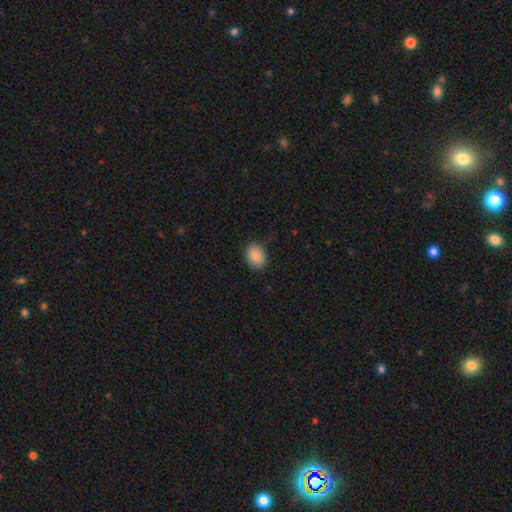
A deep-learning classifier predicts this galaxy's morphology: smooth 88%, star or artifact 7%, featured or disk 5%. Down the decision tree: how rounded — in between (67%); merging — none (83%).